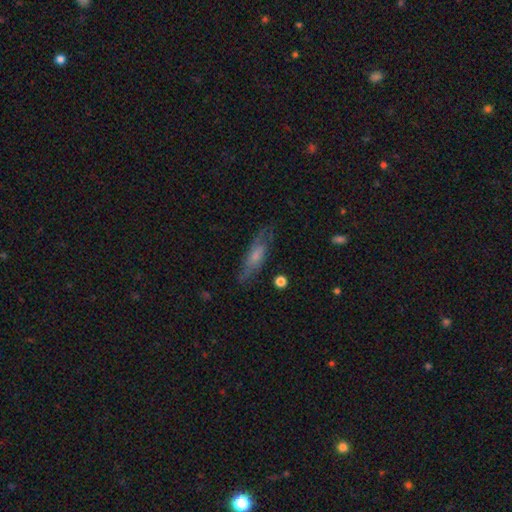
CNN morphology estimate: The model was most divided on "smooth or featured": featured or disk: 47%, smooth: 46%, star or artifact: 8%. More confident: merging — none (70%).